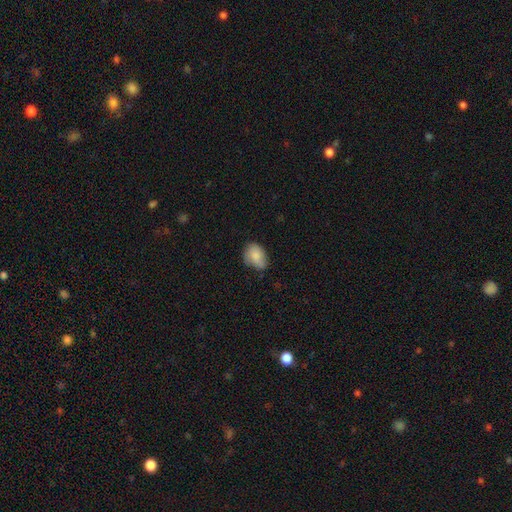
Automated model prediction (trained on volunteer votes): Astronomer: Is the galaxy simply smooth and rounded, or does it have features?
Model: smooth — 80%.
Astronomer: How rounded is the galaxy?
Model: in between — 74%.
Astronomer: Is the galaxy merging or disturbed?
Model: none — 54% (runner-up: minor disturbance, 36%).